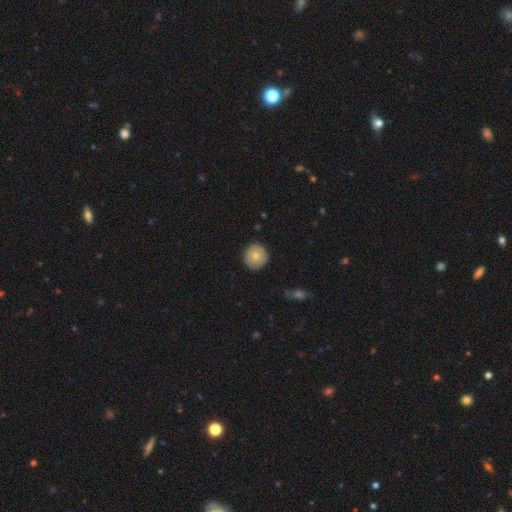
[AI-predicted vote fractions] This is likely a smooth galaxy (75%). How rounded: clearly round (94%). Merging: clearly none (89%).